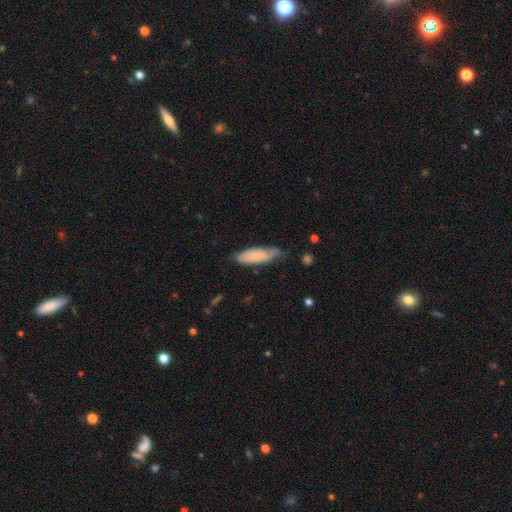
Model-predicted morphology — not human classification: This appears to be a smooth galaxy with no disk features (76%) that is in between round and cigar-shaped (58%). Merging: none (61%).